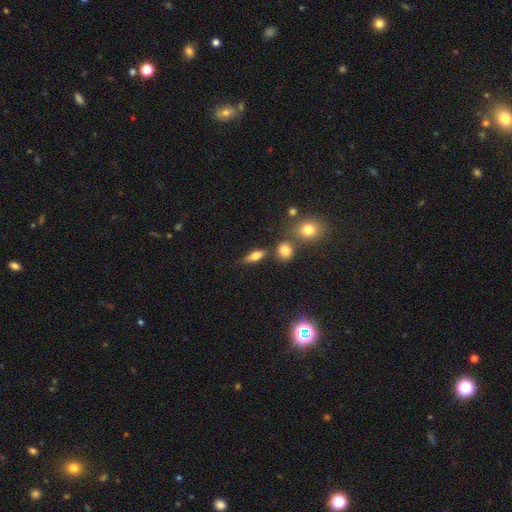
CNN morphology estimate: This is likely a smooth galaxy (71%). How rounded: likely in between (70%). Merging: likely none (64%).